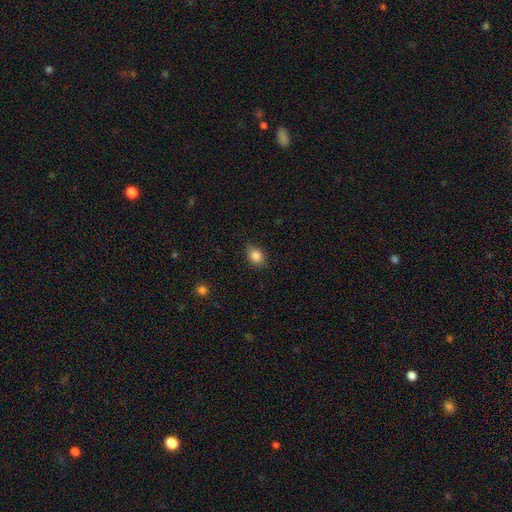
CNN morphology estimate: This is clearly a smooth galaxy (85%). How rounded: likely in between (62%). Merging: clearly none (84%).